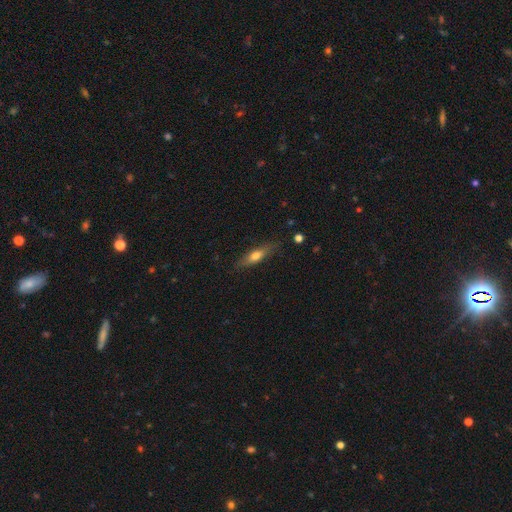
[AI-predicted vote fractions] smooth-or-featured: smooth: 59% | featured or disk: 34% | star or artifact: 7%
  how-rounded: cigar-shaped: 64% | in between: 34% | round: 3%
  merging: none: 80% | minor disturbance: 15% | major disturbance: 3% | merger: 1%